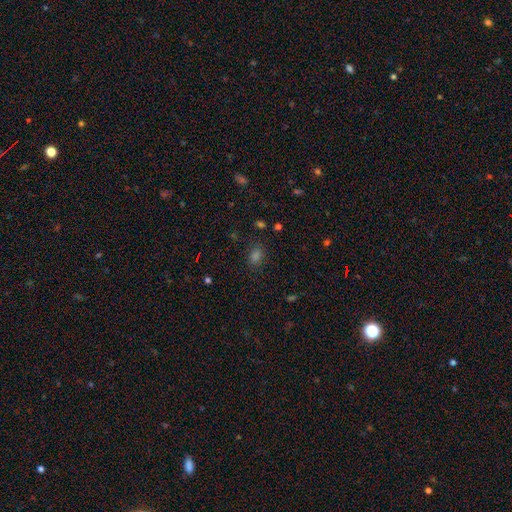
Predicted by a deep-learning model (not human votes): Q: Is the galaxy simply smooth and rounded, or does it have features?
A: smooth — 70%.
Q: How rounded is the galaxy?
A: in between — 70%.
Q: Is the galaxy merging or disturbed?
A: none — 84%.